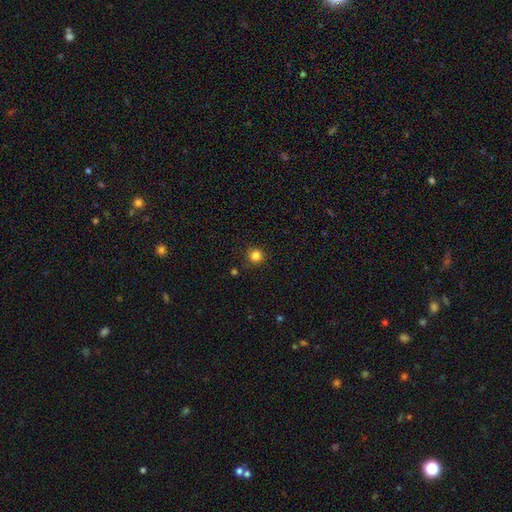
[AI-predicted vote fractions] Smooth or featured? smooth (82%)
How rounded? round (95%)
Merging? none (88%)